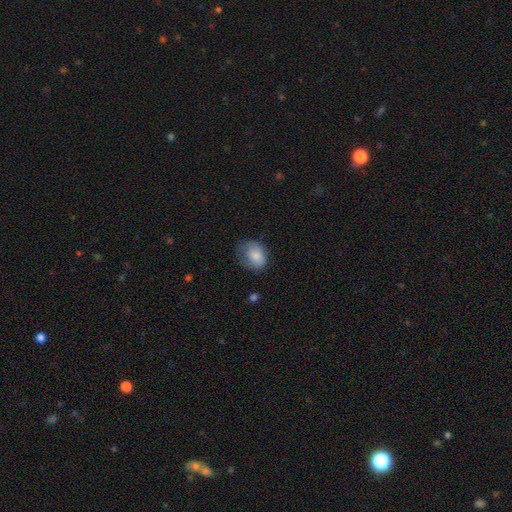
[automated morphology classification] The model was most divided on "merging": none: 48%, minor disturbance: 33%, major disturbance: 18%, merger: 2%. More confident: smooth or featured — smooth (79%); how rounded — in between (59%).